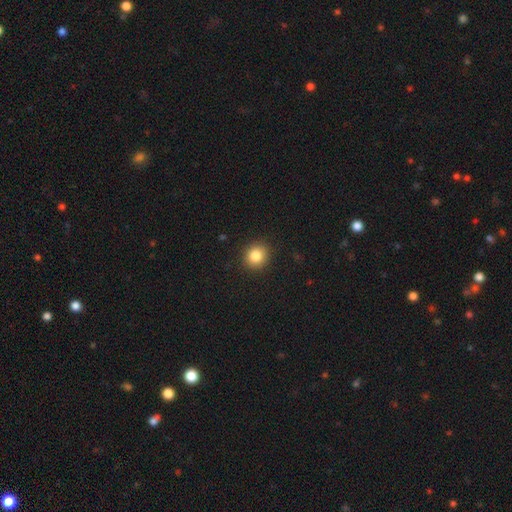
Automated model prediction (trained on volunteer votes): Smooth or featured? smooth (85%)
How rounded? round (85%)
Merging? none (91%)